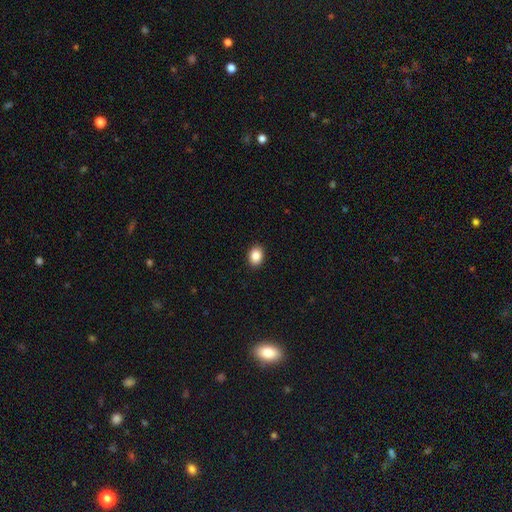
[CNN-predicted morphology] A smooth galaxy with no disk features (87%) that is in between round and cigar-shaped (66%).

Vote fractions:
- Smooth or featured? smooth: 87% / star or artifact: 9% / featured or disk: 4%
- How rounded? in between: 66% / round: 33% / cigar-shaped: 1%
- Merging? none: 91% / minor disturbance: 6% / major disturbance: 2% / merger: 1%